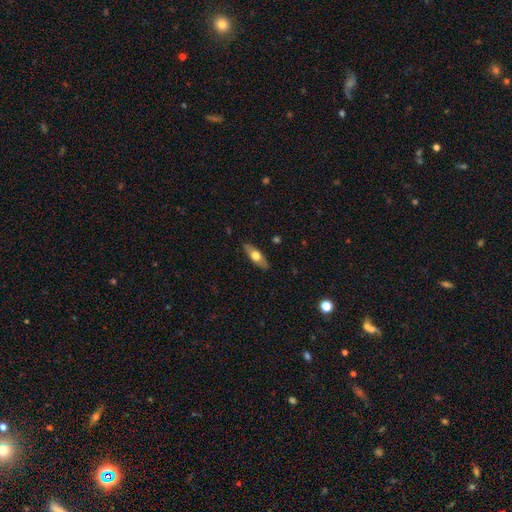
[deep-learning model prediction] A smooth galaxy with no disk features (55%) that is in between round and cigar-shaped (62%). Merging: none (87%).